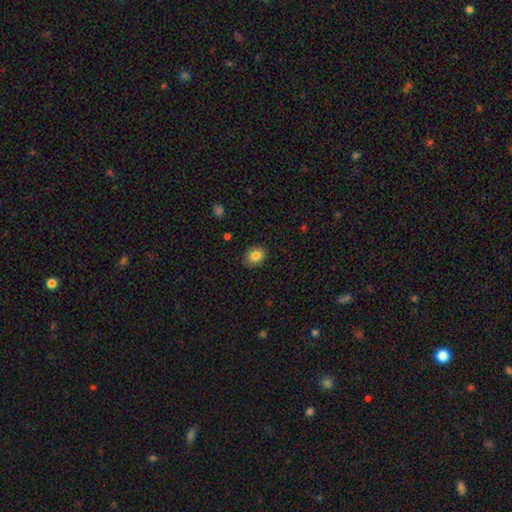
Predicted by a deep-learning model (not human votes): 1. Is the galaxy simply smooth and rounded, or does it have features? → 85% smooth, 9% star or artifact, 6% featured or disk.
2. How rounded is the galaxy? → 60% in between, 39% round, 1% cigar-shaped.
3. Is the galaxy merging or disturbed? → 86% none, 10% minor disturbance, 2% major disturbance, 1% merger.